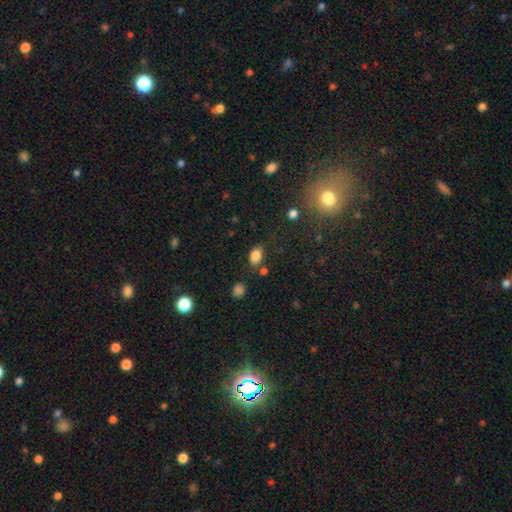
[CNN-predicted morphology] smooth 83%, star or artifact 10%, featured or disk 6%. Down the decision tree: how rounded — in between (79%); merging — none (67%).